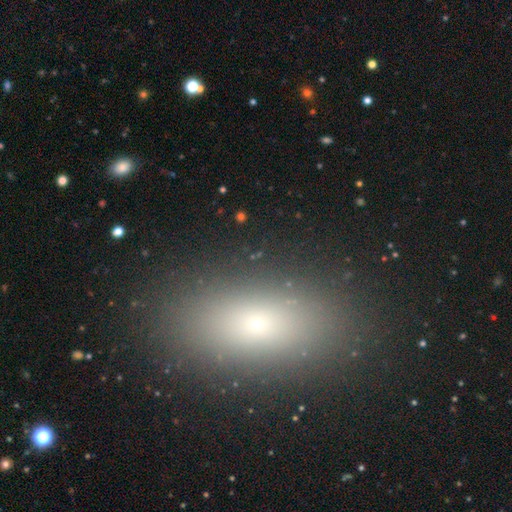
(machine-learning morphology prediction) smooth 68%, star or artifact 17%, featured or disk 15%. Down the decision tree: how rounded — in between (79%); merging — none (87%).